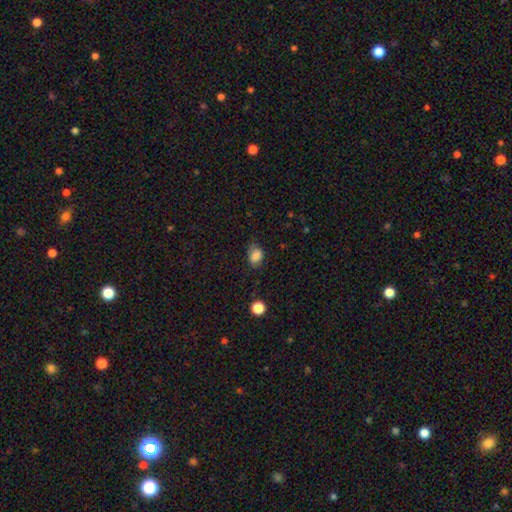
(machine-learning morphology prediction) A smooth galaxy with no disk features (83%) that is in between round and cigar-shaped (70%). Merging: none (63%).